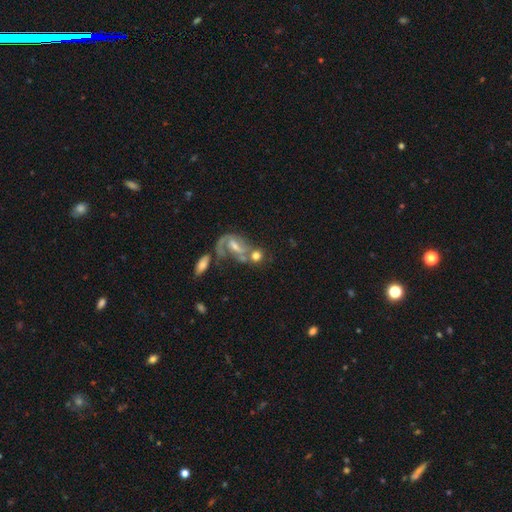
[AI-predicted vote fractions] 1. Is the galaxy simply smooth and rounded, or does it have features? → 48% smooth, 41% featured or disk, 11% star or artifact.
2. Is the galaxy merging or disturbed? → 41% merger, 36% none, 13% minor disturbance, 11% major disturbance.